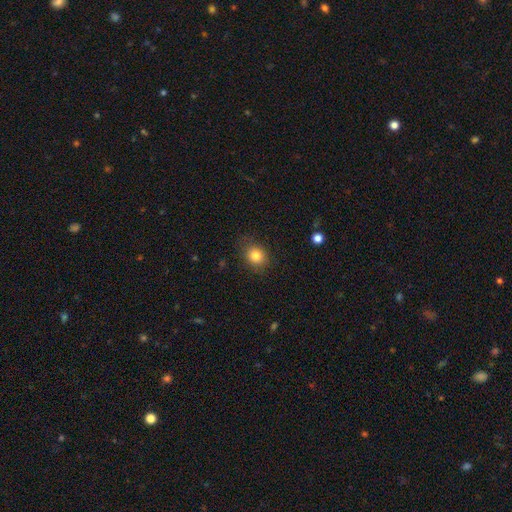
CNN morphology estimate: This is clearly a smooth galaxy (82%). How rounded: likely round (67%). Merging: clearly none (82%).